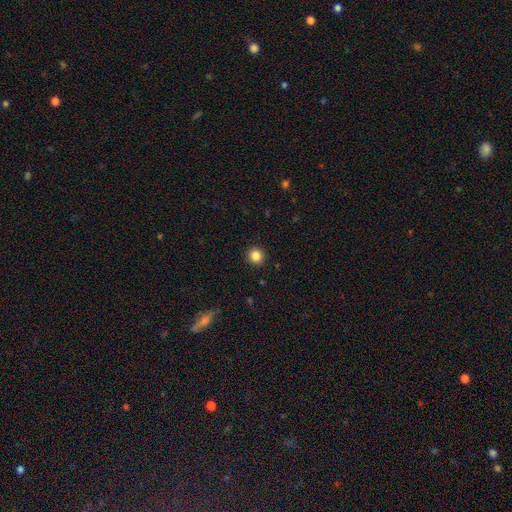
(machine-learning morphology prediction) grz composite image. It shows a smooth galaxy with no disk features (85%) that is round (93%). Merging: none (92%).